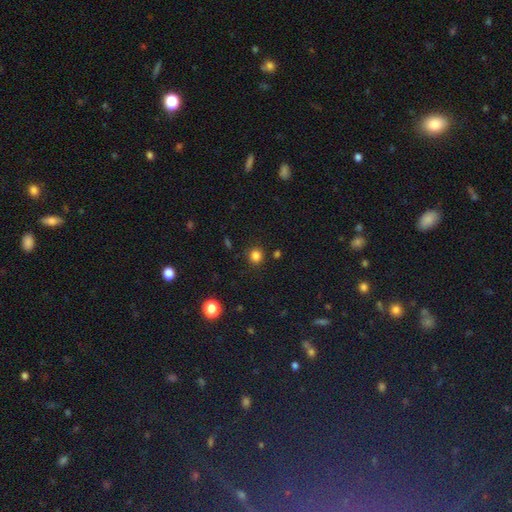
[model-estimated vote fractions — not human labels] Morphology: type=smooth (82%); roundness=round (87%); merging=none (88%).